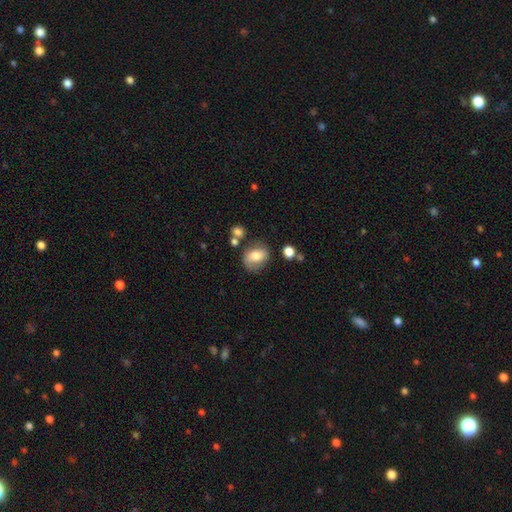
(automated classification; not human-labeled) This is possibly a smooth galaxy (59%). How rounded: possibly in between (56%). Merging: likely none (62%).